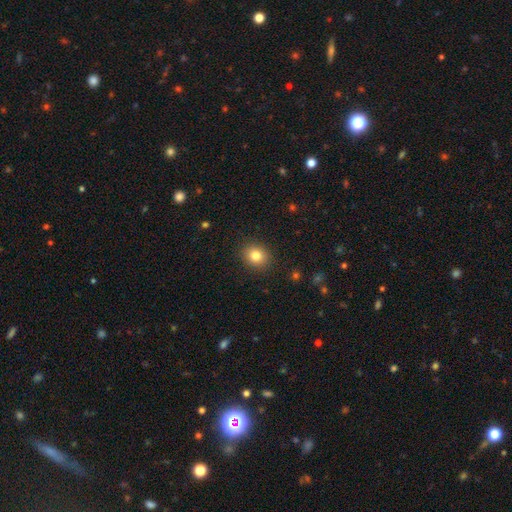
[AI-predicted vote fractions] Smooth or featured?
  - smooth: 82% *
  - star or artifact: 11%
  - featured or disk: 7%
How rounded?
  - round: 66% *
  - in between: 33%
  - cigar-shaped: 1%
Merging?
  - none: 89% *
  - minor disturbance: 7%
  - major disturbance: 2%
  - merger: 1%